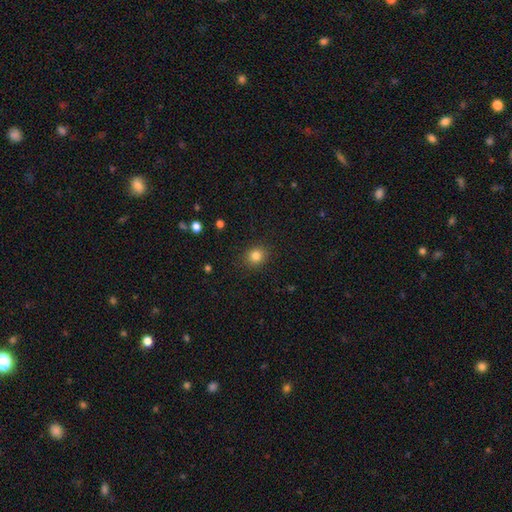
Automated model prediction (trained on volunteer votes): smooth-or-featured: smooth: 82% | star or artifact: 12% | featured or disk: 6%
  how-rounded: round: 71% | in between: 29% | cigar-shaped: 1%
  merging: none: 88% | minor disturbance: 8% | major disturbance: 2% | merger: 1%